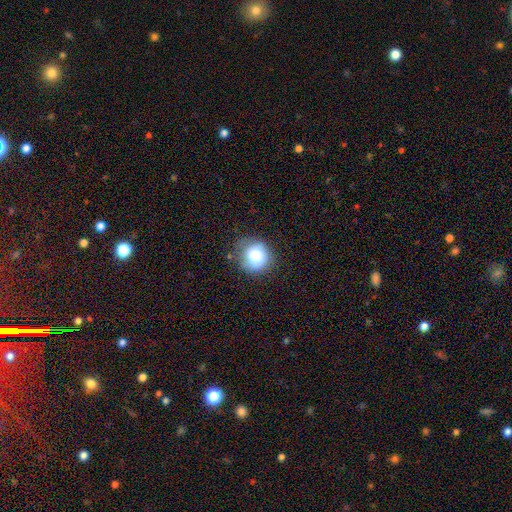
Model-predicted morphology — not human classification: smooth 78%, featured or disk 13%, star or artifact 9%. Down the decision tree: how rounded — round (85%); merging — none (68%).